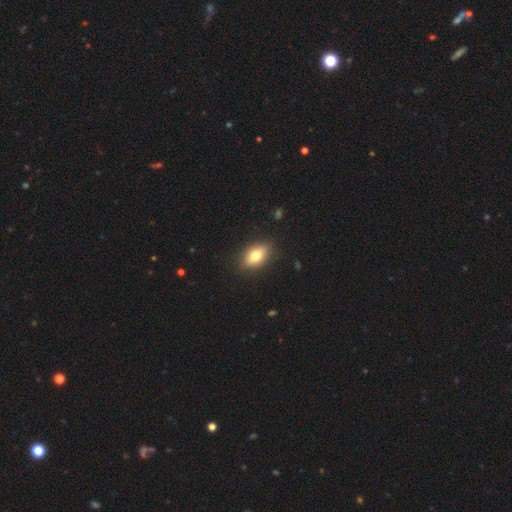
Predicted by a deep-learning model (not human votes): Smooth or featured: smooth — 77% (featured or disk — 15%)
How rounded: in between — 85% (round — 11%)
Merging: none — 87% (minor disturbance — 9%)